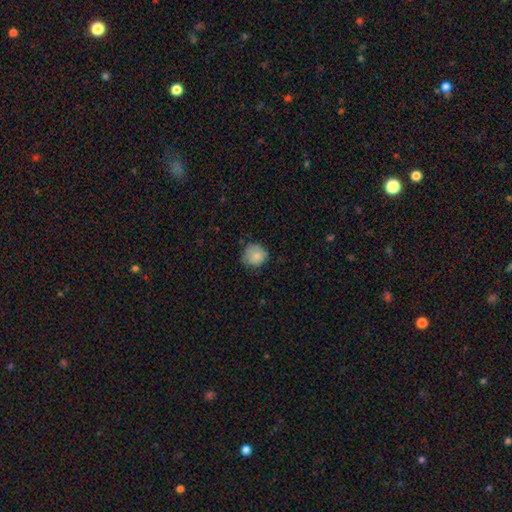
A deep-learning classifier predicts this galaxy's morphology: Q: Smooth or featured?
A: smooth (82%); runner-up: featured or disk (9%)
Q: How rounded?
A: round (83%); runner-up: in between (16%)
Q: Merging?
A: none (65%); runner-up: minor disturbance (28%)